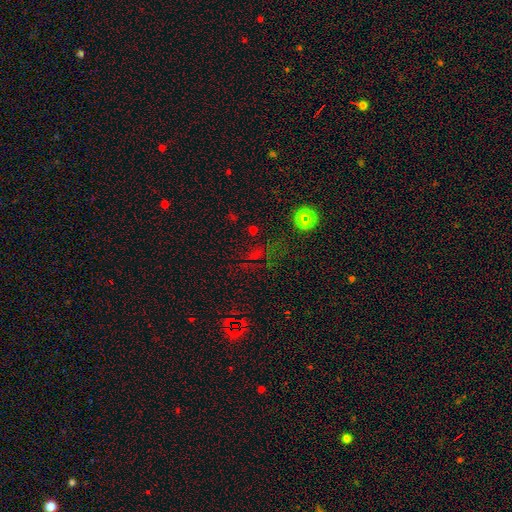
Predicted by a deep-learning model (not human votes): This appears to be a star or artifact, not a galaxy (66%).